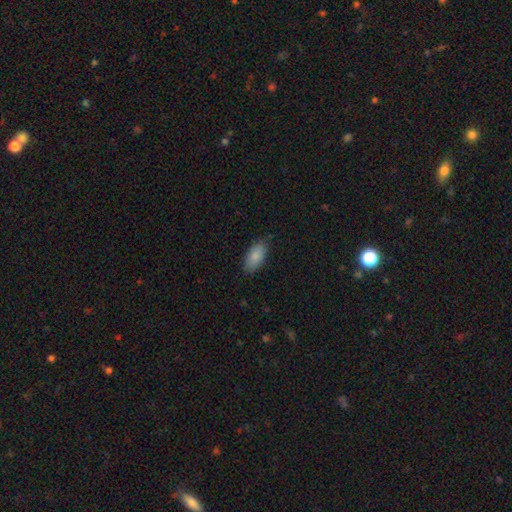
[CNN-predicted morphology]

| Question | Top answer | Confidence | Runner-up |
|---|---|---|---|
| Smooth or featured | smooth | 87% | featured or disk (7%) |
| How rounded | in between | 91% | cigar-shaped (6%) |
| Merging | none | 80% | minor disturbance (16%) |